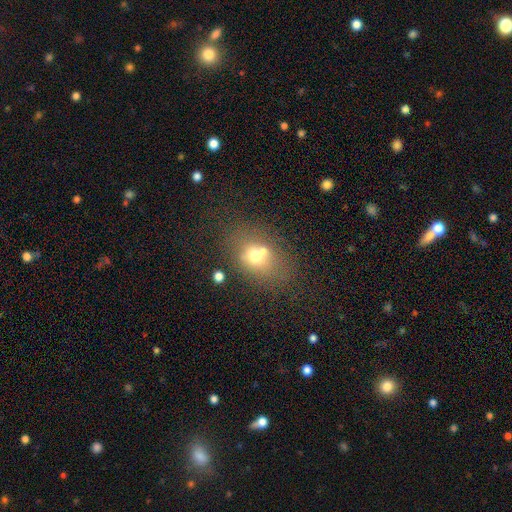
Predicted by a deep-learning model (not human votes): Smooth or featured: smooth — 62% (featured or disk — 24%)
How rounded: in between — 53% (round — 46%)
Merging: none — 43% (merger — 36%)